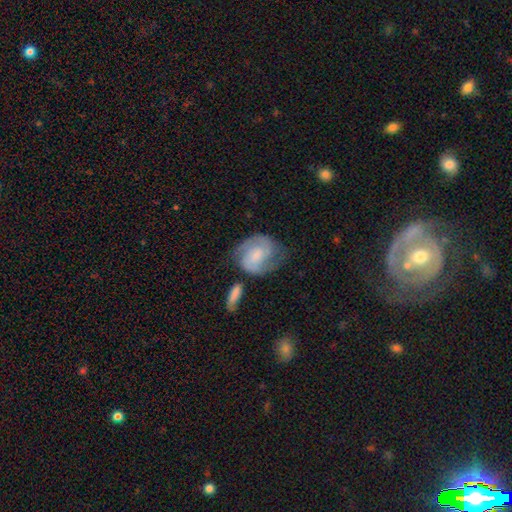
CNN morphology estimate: smooth-or-featured: featured or disk: 68% | smooth: 26% | star or artifact: 7%
  disk-edge-on: no: 97% | yes: 3%
    bar: weak: 45% | no: 42% | strong: 13%
    has-spiral-arms: yes: 92% | no: 8%
      spiral-winding: medium: 49% | tight: 33% | loose: 19%
      spiral-arm-count: 2: 85% | can't tell: 8% | 1: 3% | 3: 2% | 4: 1% | more than 4: 1%
    bulge-size: small: 40% | moderate: 32% | none: 18% | large: 8% | dominant: 2%
  merging: none: 58% | minor disturbance: 22% | major disturbance: 11% | merger: 8%